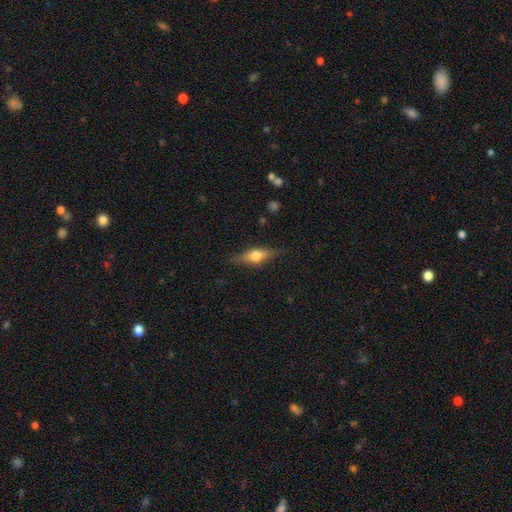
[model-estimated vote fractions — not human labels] Morphology: type=featured or disk (56%); edge-on=yes (93%); edge-on bulge=rounded (94%); merging=none (83%).